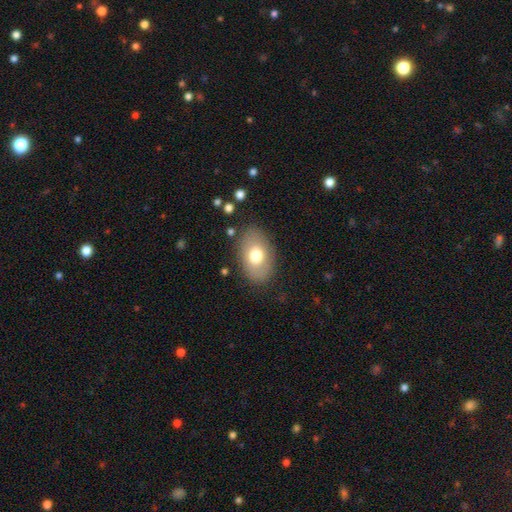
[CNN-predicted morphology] smooth_or_featured: smooth (p=0.71) [alt: featured or disk p=0.22]
how_rounded: in between (p=0.87) [alt: round p=0.12]
merging: none (p=0.83) [alt: minor disturbance p=0.12]